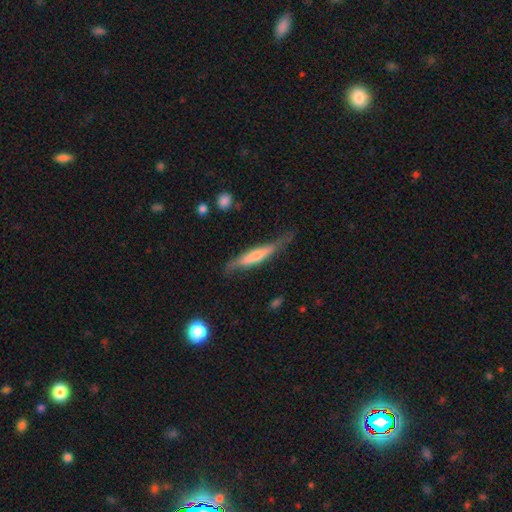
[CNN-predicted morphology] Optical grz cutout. It shows a featured or disk galaxy (52%) viewed edge-on (84%). Merging: none (63%).